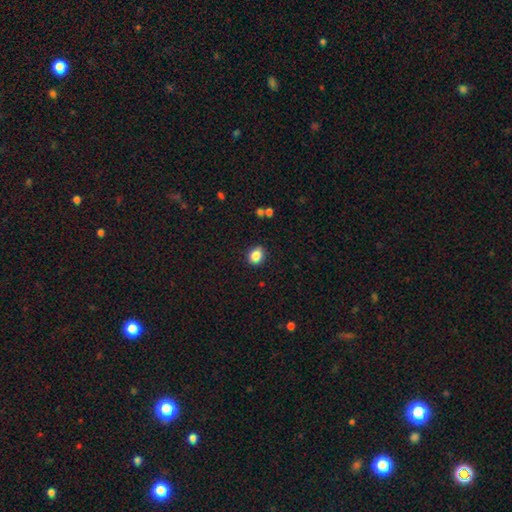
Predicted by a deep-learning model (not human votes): Smooth or featured? smooth (85%)
How rounded? round (53%)
Merging? none (86%)